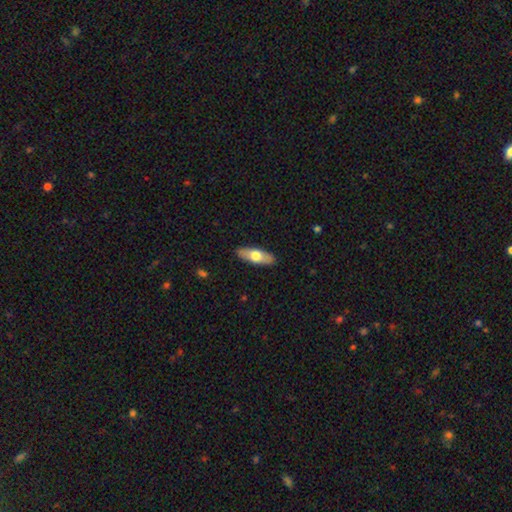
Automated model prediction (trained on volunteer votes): This is likely a smooth galaxy (62%). How rounded: likely in between (66%). Merging: clearly none (89%).